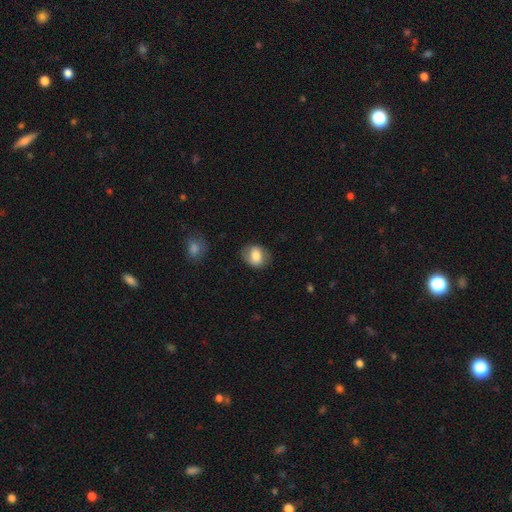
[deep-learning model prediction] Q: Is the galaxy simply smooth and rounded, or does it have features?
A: smooth — 77%.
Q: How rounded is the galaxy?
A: round — 50%.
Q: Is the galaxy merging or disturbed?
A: none — 81%.